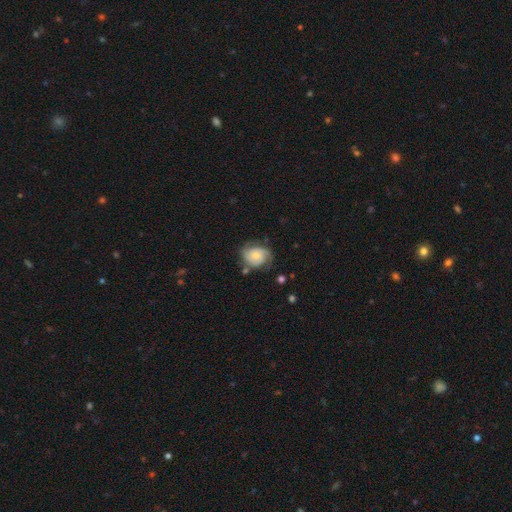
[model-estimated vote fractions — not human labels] Smooth or featured? Predicted: featured or disk (p=0.61). Edge-on disk? Predicted: no (p=0.97). Bar? Predicted: no (p=0.76). Spiral arms? Predicted: yes (p=0.88). Spiral winding? Predicted: tight (p=0.46). Spiral arm count? Predicted: 2 (p=0.57). Bulge size? Predicted: small (p=0.58). Merging? Predicted: none (p=0.59).